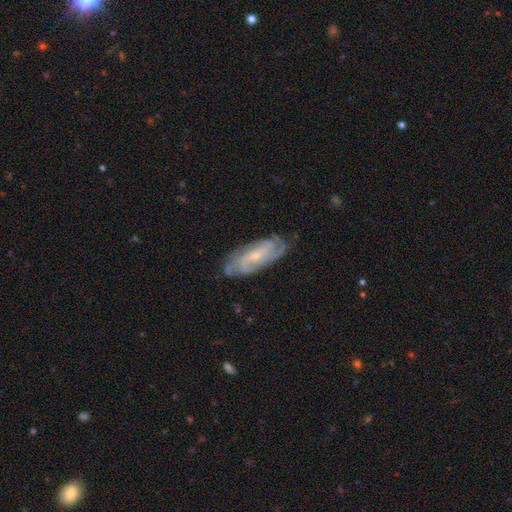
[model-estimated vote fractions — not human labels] Smooth or featured? Predicted: featured or disk (p=0.83). Edge-on disk? Predicted: no (p=0.92). Bar? Predicted: no (p=0.53). Spiral arms? Predicted: yes (p=0.96). Spiral winding? Predicted: tight (p=0.59). Spiral arm count? Predicted: can't tell (p=0.25). Bulge size? Predicted: small (p=0.70). Merging? Predicted: none (p=0.79).